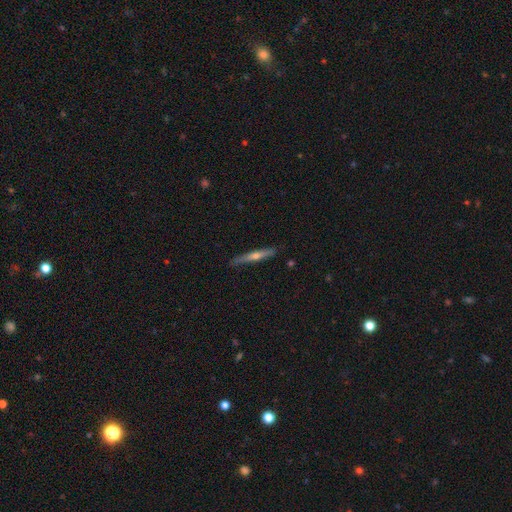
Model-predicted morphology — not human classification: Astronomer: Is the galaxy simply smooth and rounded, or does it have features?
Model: featured or disk — 59% (runner-up: smooth, 35%).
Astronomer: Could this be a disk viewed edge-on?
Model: yes — 96%.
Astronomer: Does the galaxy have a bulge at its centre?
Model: rounded — 81%.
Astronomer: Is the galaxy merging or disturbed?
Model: none — 86%.